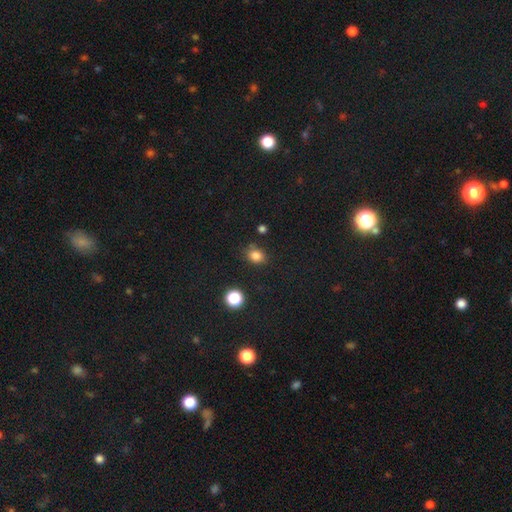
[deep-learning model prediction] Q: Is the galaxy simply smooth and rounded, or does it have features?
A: smooth — 82%.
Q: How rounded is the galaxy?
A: round — 51%.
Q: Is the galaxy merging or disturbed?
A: none — 75%.